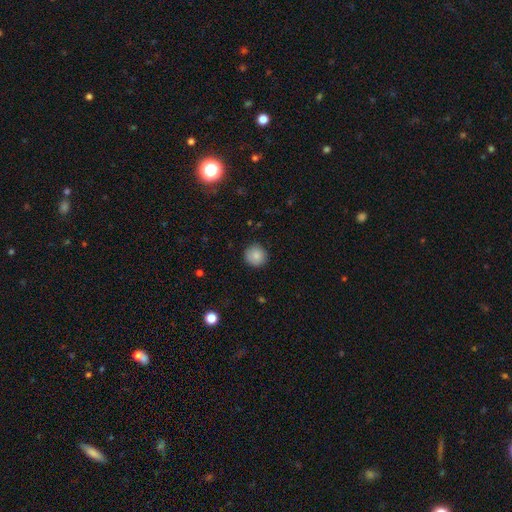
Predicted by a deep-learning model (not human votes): Morphology: type=smooth (87%); roundness=round (94%); merging=none (90%).